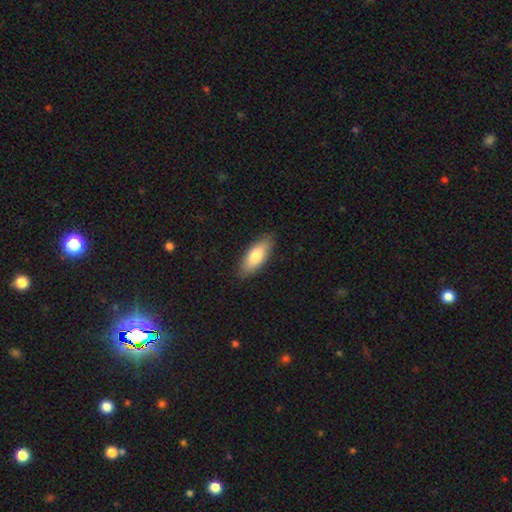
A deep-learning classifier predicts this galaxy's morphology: smooth-or-featured: smooth: 76% | featured or disk: 18% | star or artifact: 6%
  how-rounded: in between: 76% | cigar-shaped: 22% | round: 2%
  merging: none: 87% | minor disturbance: 10% | major disturbance: 2% | merger: 1%